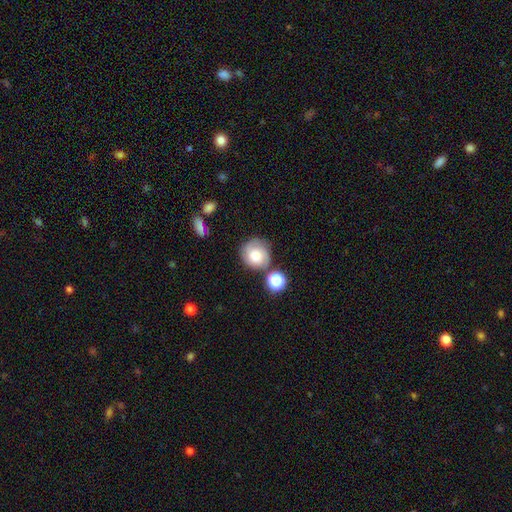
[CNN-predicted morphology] Smooth or featured?
  - smooth: 62% *
  - featured or disk: 28%
  - star or artifact: 10%
How rounded?
  - round: 85% *
  - in between: 14%
  - cigar-shaped: 1%
Merging?
  - none: 64% *
  - minor disturbance: 18%
  - merger: 12%
  - major disturbance: 6%